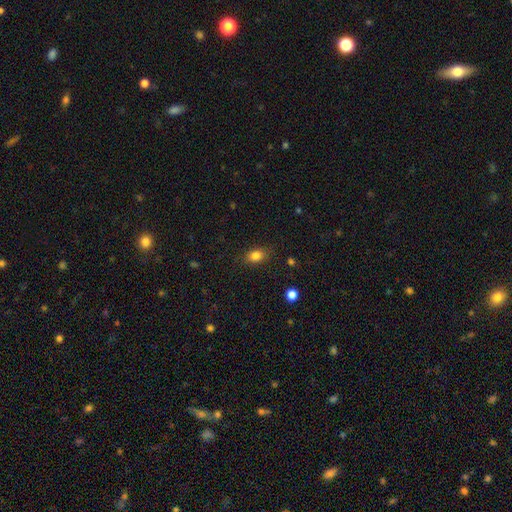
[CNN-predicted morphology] Smooth or featured: smooth — 83% (star or artifact — 10%)
How rounded: in between — 73% (round — 25%)
Merging: none — 84% (minor disturbance — 12%)